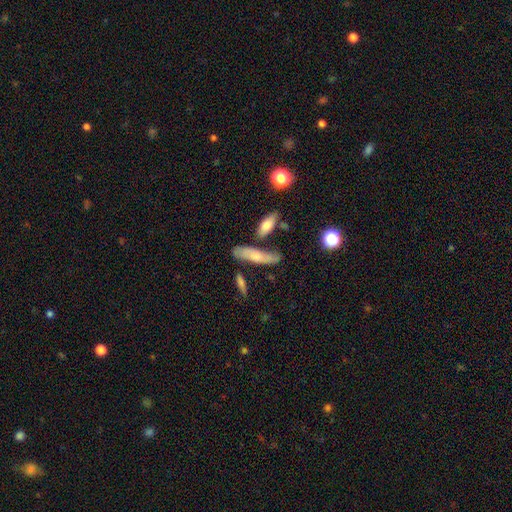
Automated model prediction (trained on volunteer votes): Morphology: type=smooth (58%); roundness=cigar-shaped (62%); merging=none (64%).